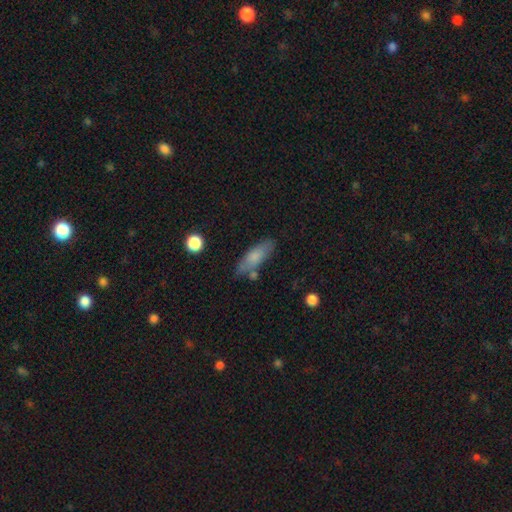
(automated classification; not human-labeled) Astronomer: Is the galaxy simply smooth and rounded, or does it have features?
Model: smooth — 58%.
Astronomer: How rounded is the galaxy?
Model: in between — 50% (runner-up: cigar-shaped, 46%).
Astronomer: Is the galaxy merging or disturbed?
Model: none — 73%.